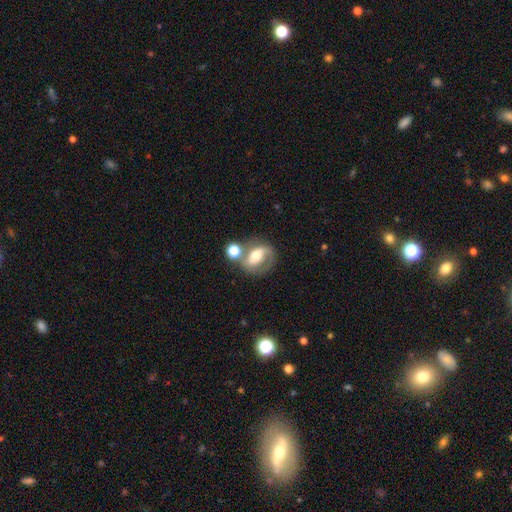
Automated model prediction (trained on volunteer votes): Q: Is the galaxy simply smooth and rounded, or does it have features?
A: featured or disk — 60%.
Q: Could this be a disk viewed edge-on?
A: no — 94%.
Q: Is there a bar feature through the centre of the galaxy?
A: strong — 39%.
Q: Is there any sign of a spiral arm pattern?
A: yes — 69%.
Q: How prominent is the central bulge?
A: moderate — 65%.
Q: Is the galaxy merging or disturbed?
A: none — 53%.